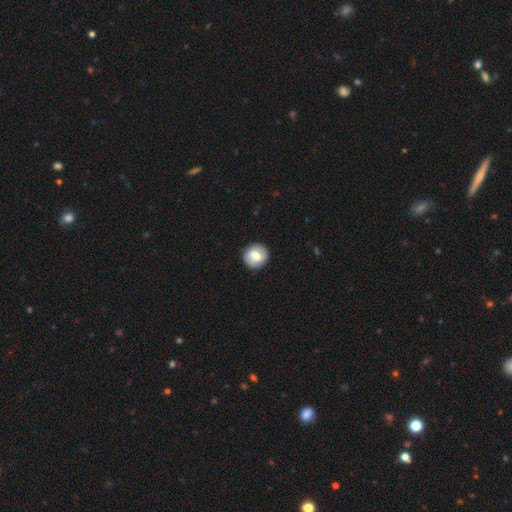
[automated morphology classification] smooth 63%, featured or disk 29%, star or artifact 7%. Down the decision tree: how rounded — round (89%); merging — none (89%).